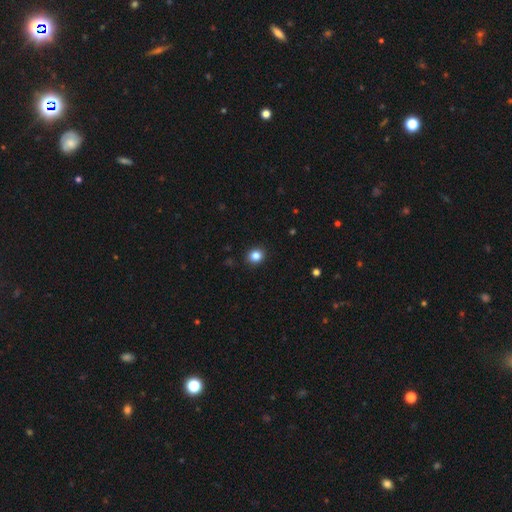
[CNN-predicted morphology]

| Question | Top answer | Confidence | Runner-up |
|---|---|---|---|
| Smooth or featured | smooth | 85% | star or artifact (11%) |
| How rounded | round | 79% | in between (20%) |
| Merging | none | 91% | minor disturbance (6%) |